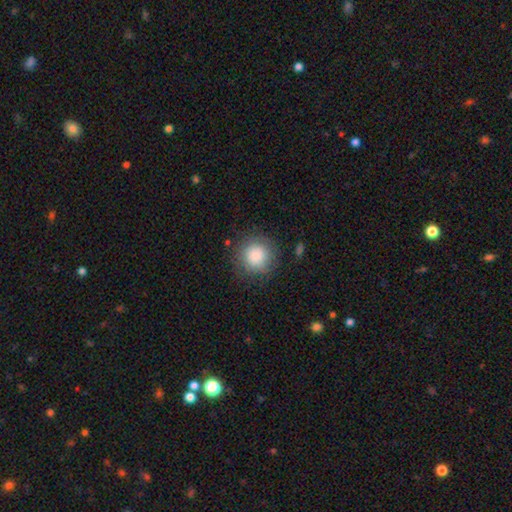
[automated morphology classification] type=smooth (85%); roundness=round (94%); merging=none (83%).